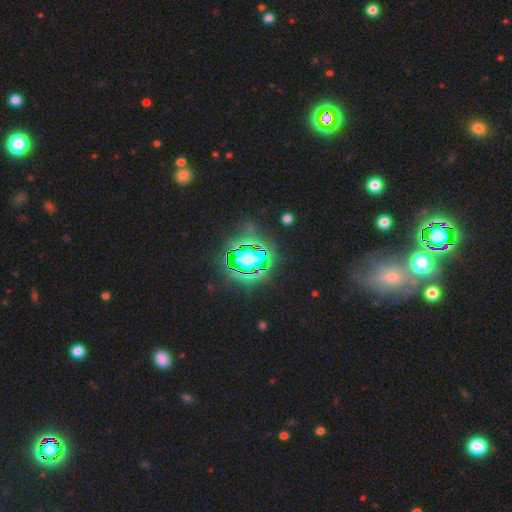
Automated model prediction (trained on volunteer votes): A star or artifact, not a galaxy (79%).